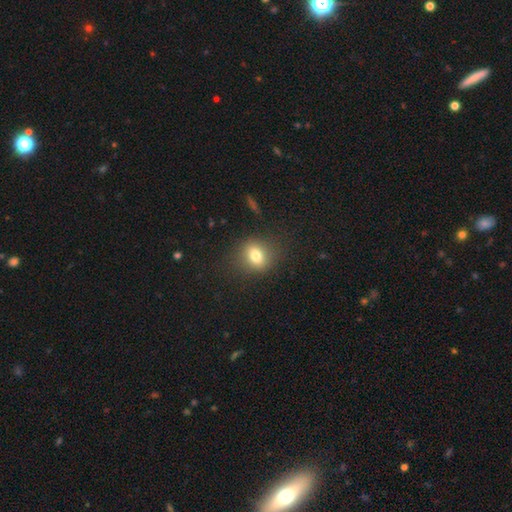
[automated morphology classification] A smooth galaxy with no disk features (76%) that is round (59%).

Vote fractions:
- Smooth or featured? smooth: 76% / star or artifact: 12% / featured or disk: 11%
- How rounded? round: 59% / in between: 40% / cigar-shaped: 2%
- Merging? none: 81% / minor disturbance: 12% / major disturbance: 5% / merger: 1%